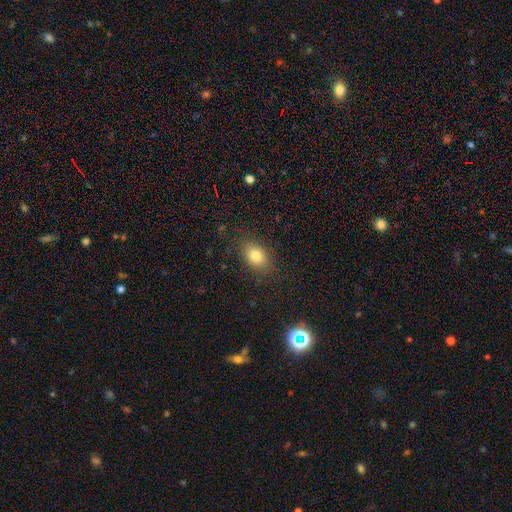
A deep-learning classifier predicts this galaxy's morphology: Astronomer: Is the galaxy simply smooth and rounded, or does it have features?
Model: smooth — 81%.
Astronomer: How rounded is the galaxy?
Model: in between — 77%.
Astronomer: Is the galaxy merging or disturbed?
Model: none — 83%.